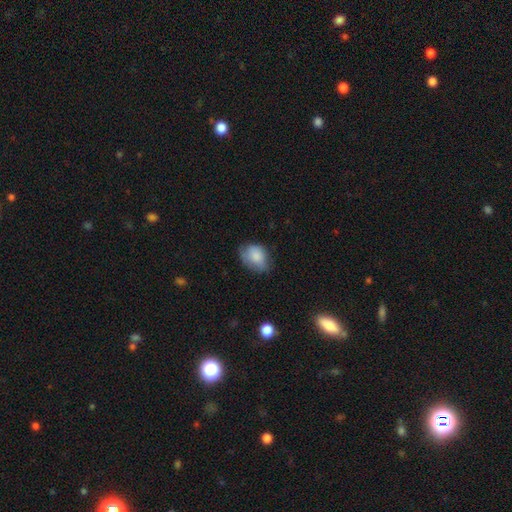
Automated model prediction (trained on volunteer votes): smooth-or-featured: smooth: 81% | featured or disk: 11% | star or artifact: 7%
  how-rounded: in between: 74% | round: 25% | cigar-shaped: 1%
  merging: none: 56% | minor disturbance: 33% | major disturbance: 10% | merger: 2%